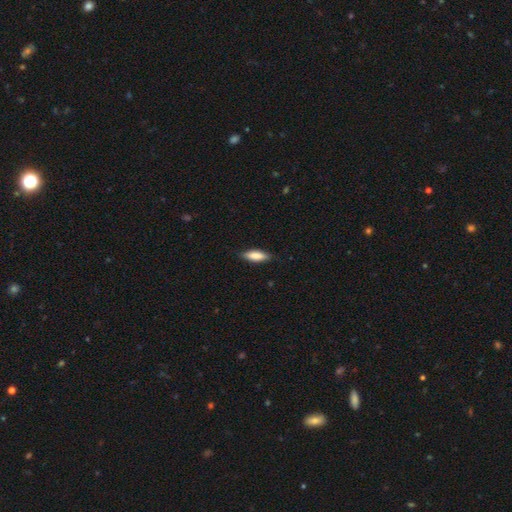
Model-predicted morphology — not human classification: This is clearly a smooth galaxy (82%). How rounded: possibly in between (60%). Merging: clearly none (85%).